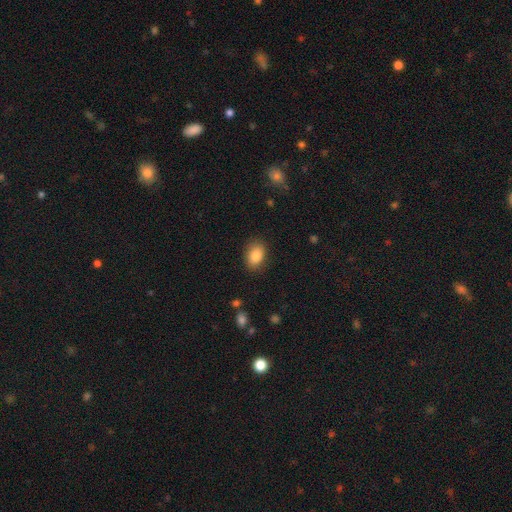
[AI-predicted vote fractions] The model was most divided on "how rounded": in between: 82%, round: 17%, cigar-shaped: 1%. More confident: merging — none (85%); smooth or featured — smooth (85%).